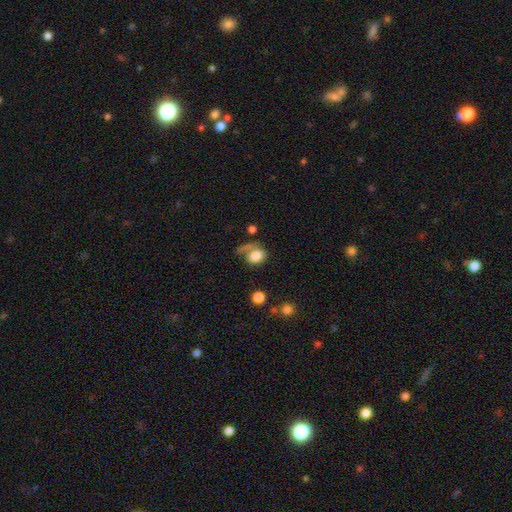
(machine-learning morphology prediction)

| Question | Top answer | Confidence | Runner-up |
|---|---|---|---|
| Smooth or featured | smooth | 72% | featured or disk (19%) |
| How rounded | in between | 60% | round (39%) |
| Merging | none | 41% | major disturbance (27%) |